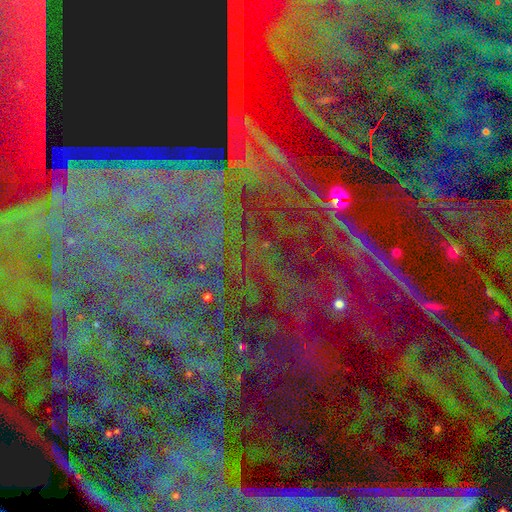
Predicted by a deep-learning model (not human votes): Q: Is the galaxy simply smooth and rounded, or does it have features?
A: star or artifact — 88%.